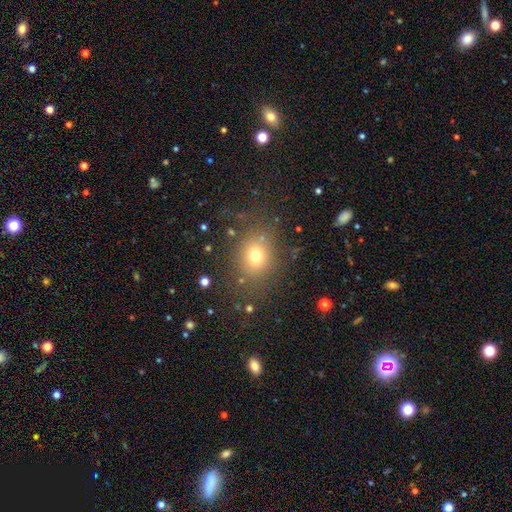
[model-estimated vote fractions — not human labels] Overall: smooth (71%). How rounded: round (63%; in between 35%). Merging: none (76%).